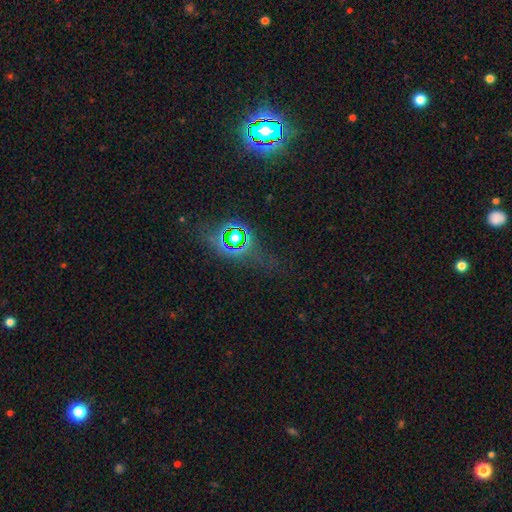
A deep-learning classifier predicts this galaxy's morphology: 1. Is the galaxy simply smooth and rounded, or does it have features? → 59% star or artifact, 24% smooth, 17% featured or disk.